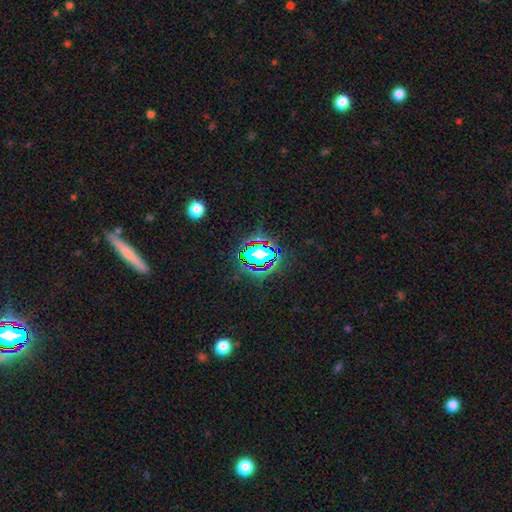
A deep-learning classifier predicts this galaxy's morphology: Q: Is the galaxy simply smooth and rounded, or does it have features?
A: star or artifact — 75%.